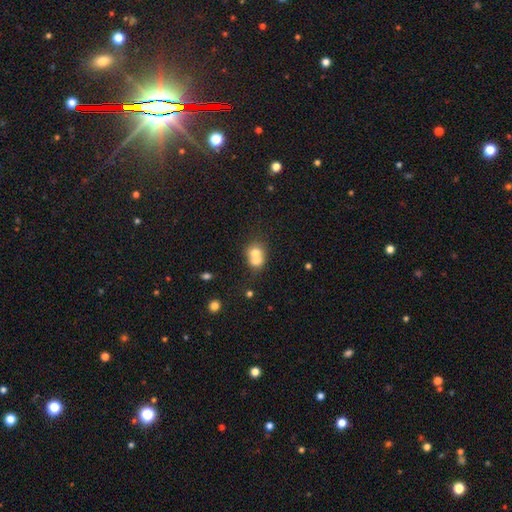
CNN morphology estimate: Smooth or featured? smooth (67%)
How rounded? round (69%)
Merging? merger (67%)